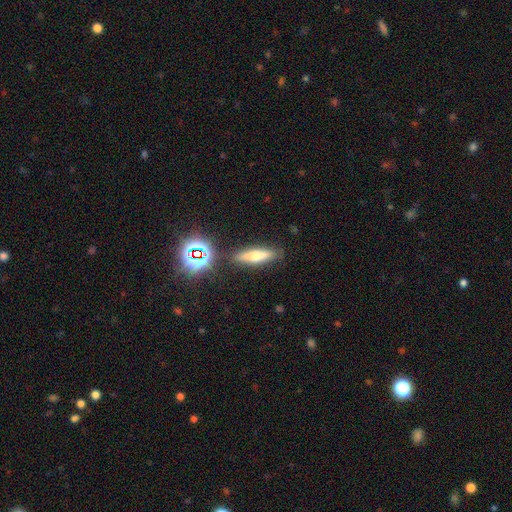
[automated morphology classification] smooth-or-featured: smooth: 49% | featured or disk: 38% | star or artifact: 13%
  merging: none: 83% | minor disturbance: 10% | merger: 5% | major disturbance: 3%